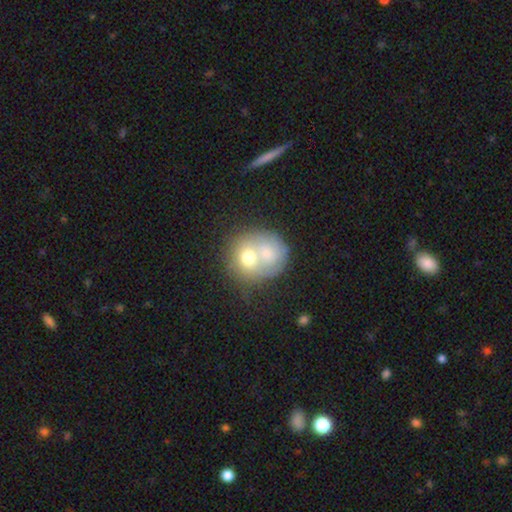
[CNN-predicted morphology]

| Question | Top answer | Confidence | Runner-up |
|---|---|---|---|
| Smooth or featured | smooth | 62% | featured or disk (29%) |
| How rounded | round | 81% | in between (18%) |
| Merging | merger | 65% | none (23%) |